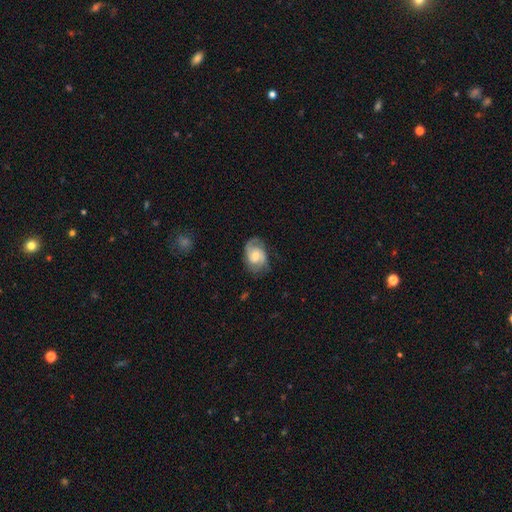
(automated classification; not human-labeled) This appears to be a featured or disk galaxy (76%) with no bar (50%), 2 (81%) medium (48%) spiral arms (95%) and a moderate central bulge (48%). Merging: none (71%).